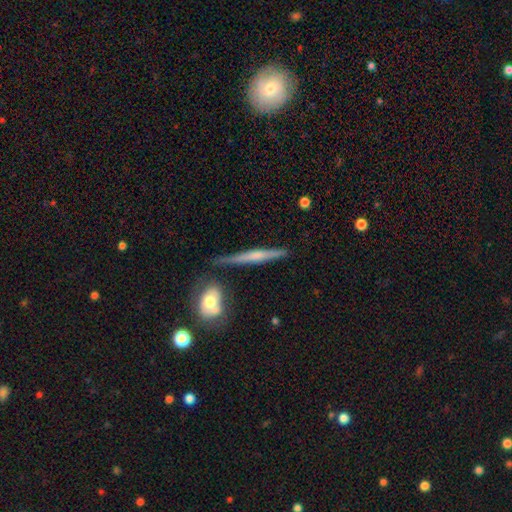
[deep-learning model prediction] Smooth or featured: featured or disk — 57% (smooth — 37%)
Edge-on disk: yes — 95% (no — 5%)
Edge-on bulge: rounded — 47% (none — 40%)
Merging: none — 78% (minor disturbance — 13%)